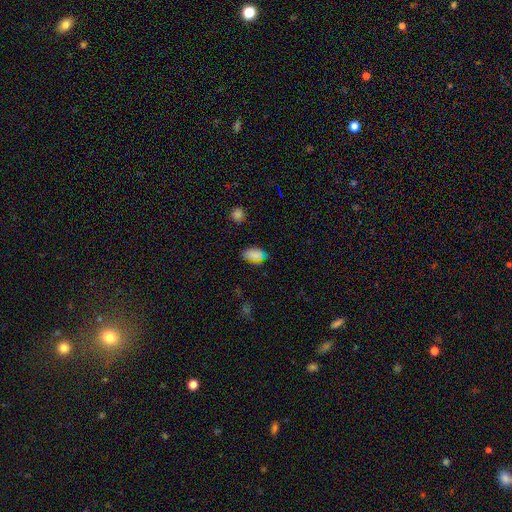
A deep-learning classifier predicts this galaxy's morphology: smooth-or-featured: smooth: 74% | star or artifact: 20% | featured or disk: 6%
  how-rounded: in between: 89% | round: 8% | cigar-shaped: 2%
  merging: none: 74% | minor disturbance: 19% | major disturbance: 5% | merger: 2%